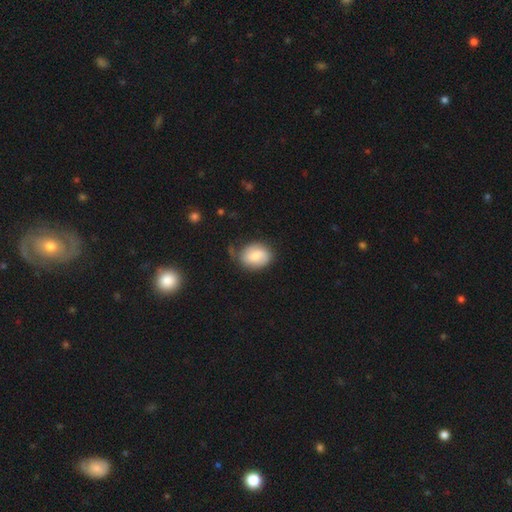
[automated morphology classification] smooth_or_featured: smooth (p=0.70) [alt: featured or disk p=0.23]
how_rounded: in between (p=0.56) [alt: round p=0.43]
merging: none (p=0.64) [alt: minor disturbance p=0.26]